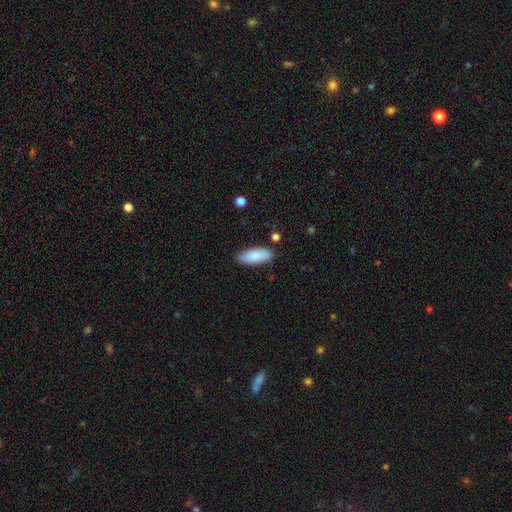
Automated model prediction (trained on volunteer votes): Morphology: type=smooth (87%); roundness=in between (81%); merging=none (81%).